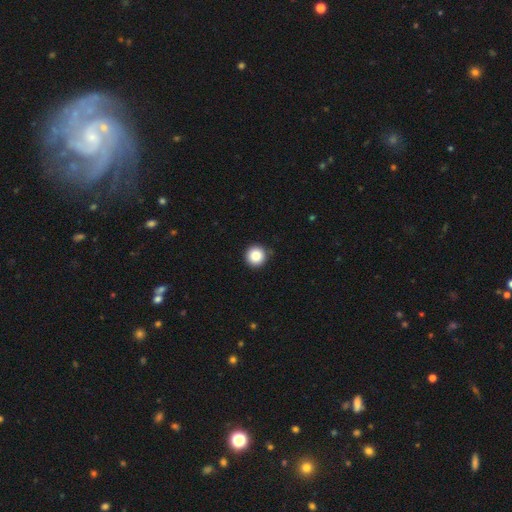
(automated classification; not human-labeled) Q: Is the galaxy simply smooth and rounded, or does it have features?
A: smooth — 85%.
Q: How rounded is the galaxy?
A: round — 96%.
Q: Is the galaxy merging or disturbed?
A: none — 90%.